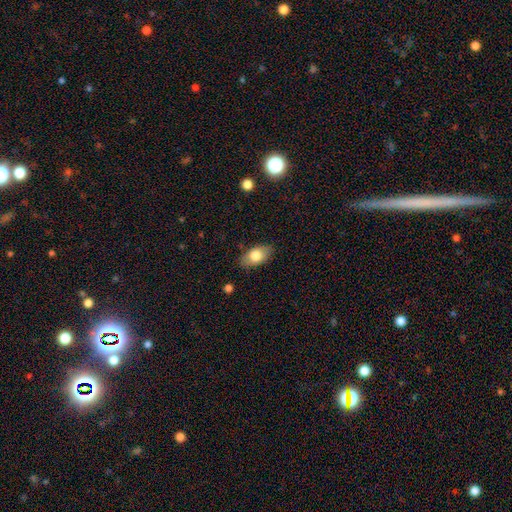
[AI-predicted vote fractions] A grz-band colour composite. It shows a smooth galaxy with no disk features (78%) that is in between round and cigar-shaped (92%). Merging: none (84%).